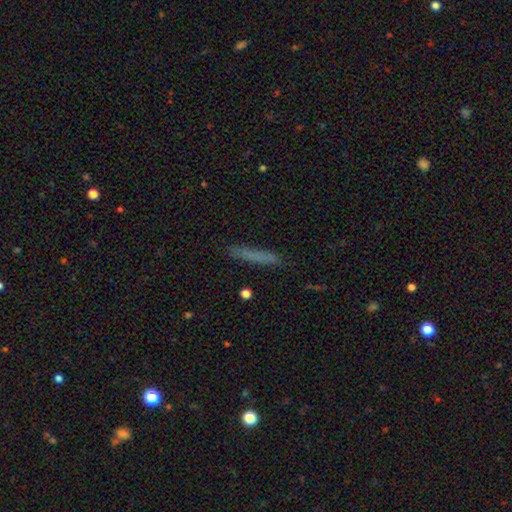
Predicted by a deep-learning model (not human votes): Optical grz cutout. It shows a smooth galaxy with no disk features (71%) that is cigar-shaped (95%). Merging: none (88%).